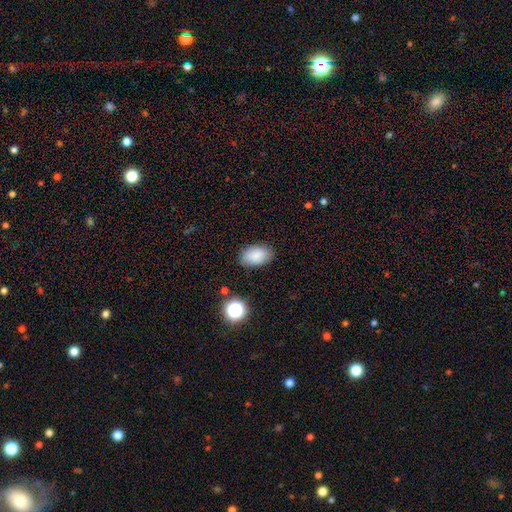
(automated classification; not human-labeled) Smooth or featured?
  - smooth: 85% *
  - star or artifact: 9%
  - featured or disk: 6%
How rounded?
  - in between: 90% *
  - round: 9%
  - cigar-shaped: 1%
Merging?
  - none: 84% *
  - minor disturbance: 12%
  - major disturbance: 3%
  - merger: 2%